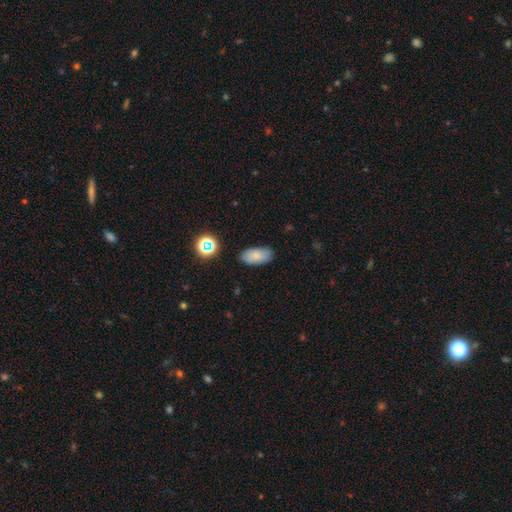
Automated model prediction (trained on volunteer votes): Smooth or featured? Predicted: smooth (p=0.80). How rounded? Predicted: in between (p=0.91). Merging? Predicted: none (p=0.81).